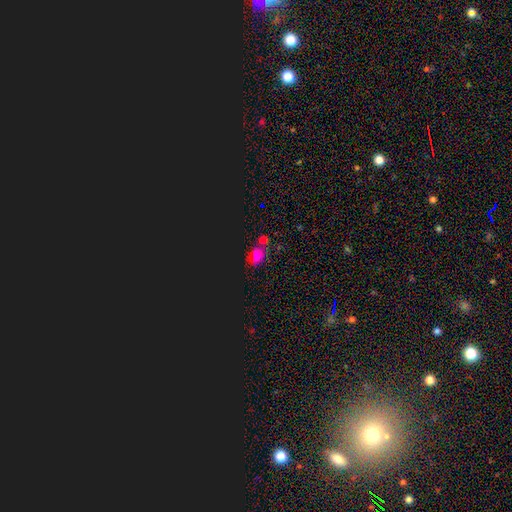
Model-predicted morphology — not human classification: type=star or artifact (49%).